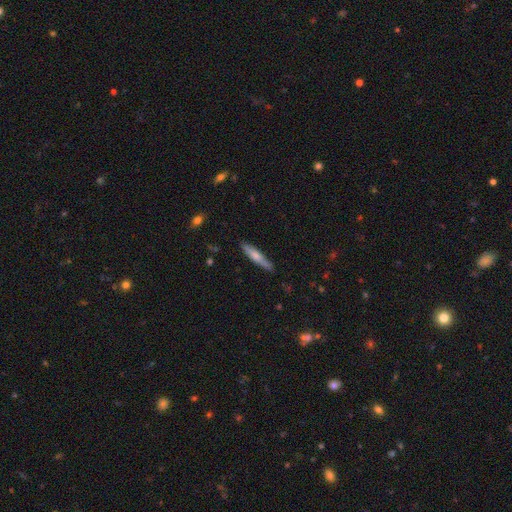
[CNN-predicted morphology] Smooth or featured: smooth — 58% (featured or disk — 37%)
How rounded: cigar-shaped — 90% (in between — 8%)
Merging: none — 85% (minor disturbance — 11%)